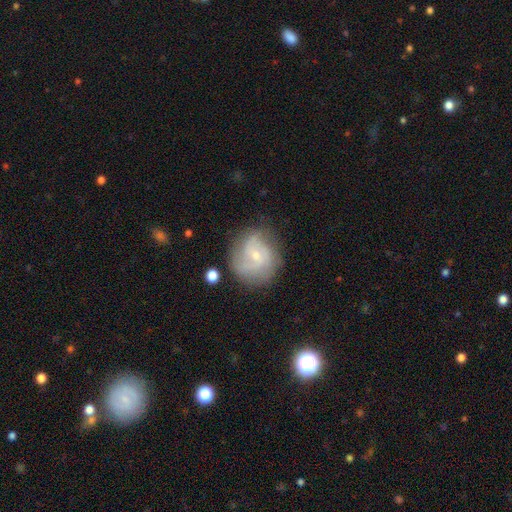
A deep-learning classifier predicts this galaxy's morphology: type=featured or disk (65%); edge-on=no (97%); bar=no (62%); spiral arms=yes (86%); winding=medium (42%); arm count=2 (35%); bulge=small (74%); merging=none (68%).